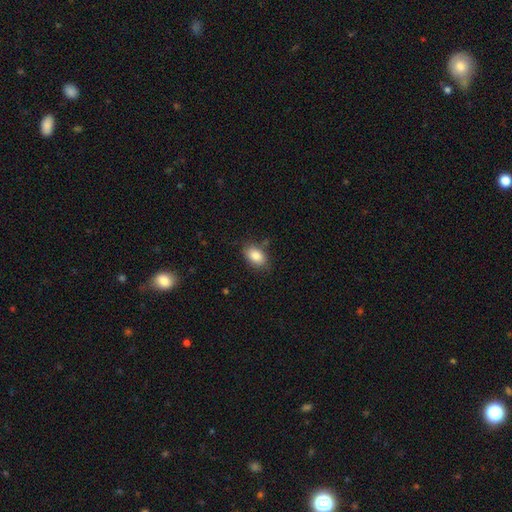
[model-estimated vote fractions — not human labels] smooth_or_featured: smooth (p=0.85) [alt: star or artifact p=0.08]
how_rounded: in between (p=0.89) [alt: round p=0.09]
merging: none (p=0.79) [alt: minor disturbance p=0.15]